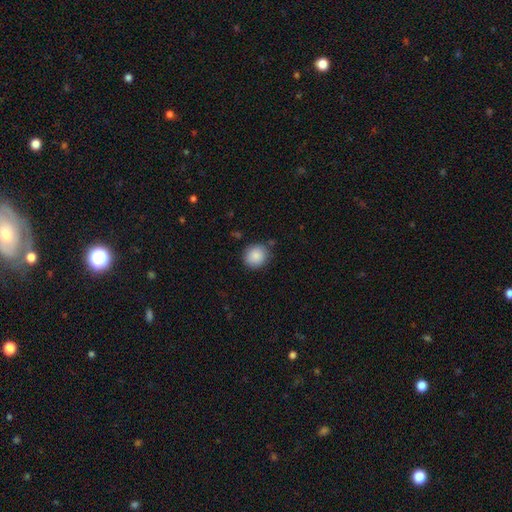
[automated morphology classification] Smooth or featured? Predicted: smooth (p=0.88). How rounded? Predicted: round (p=0.81). Merging? Predicted: none (p=0.79).